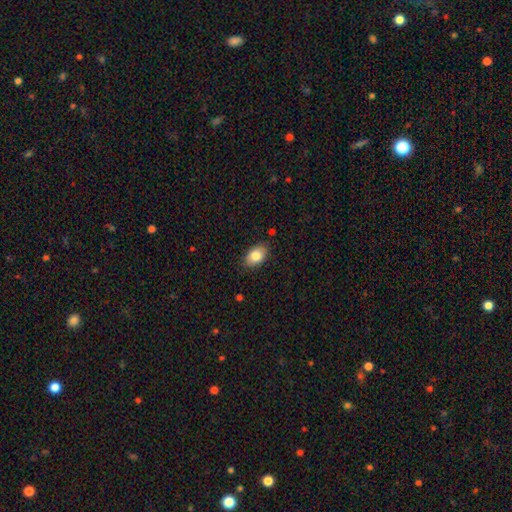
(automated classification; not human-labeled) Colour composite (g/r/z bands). It shows a smooth galaxy with no disk features (83%) that is in between round and cigar-shaped (90%). Merging: none (85%).